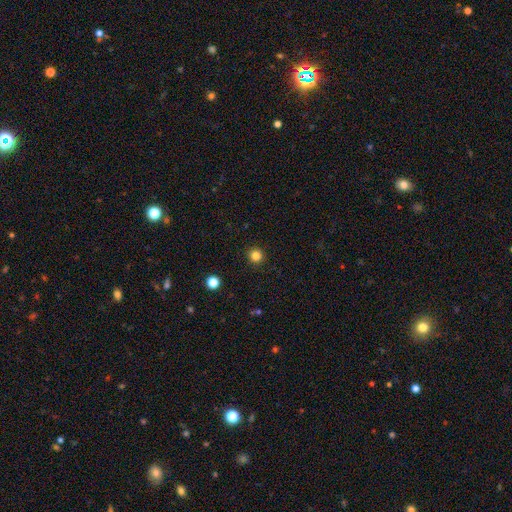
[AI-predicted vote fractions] Smooth or featured?
  - smooth: 83% *
  - star or artifact: 13%
  - featured or disk: 4%
How rounded?
  - round: 94% *
  - in between: 5%
  - cigar-shaped: 1%
Merging?
  - none: 93% *
  - minor disturbance: 5%
  - major disturbance: 2%
  - merger: 1%